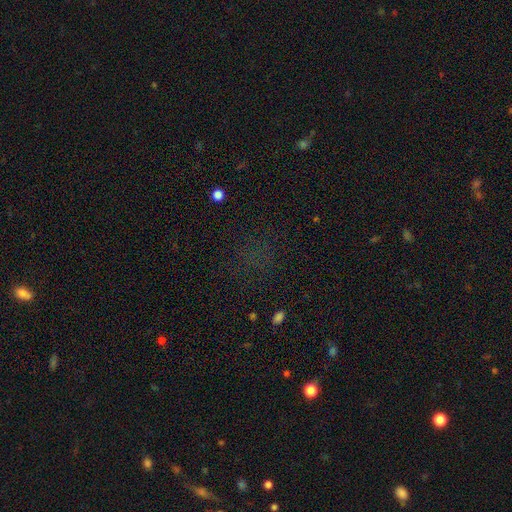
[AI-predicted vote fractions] star or artifact 57%, smooth 33%, featured or disk 10%.